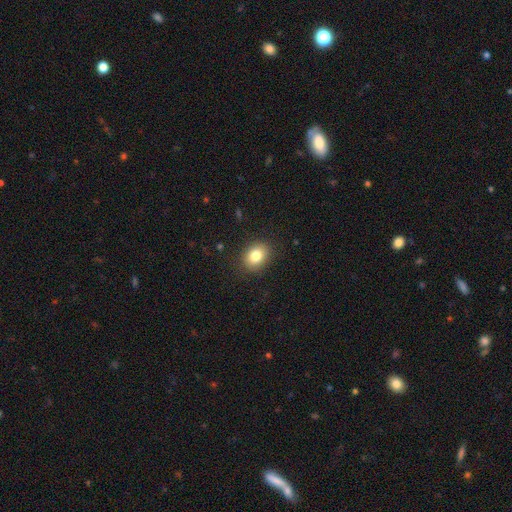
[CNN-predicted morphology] Smooth or featured? Predicted: smooth (p=0.83). How rounded? Predicted: in between (p=0.61). Merging? Predicted: none (p=0.88).